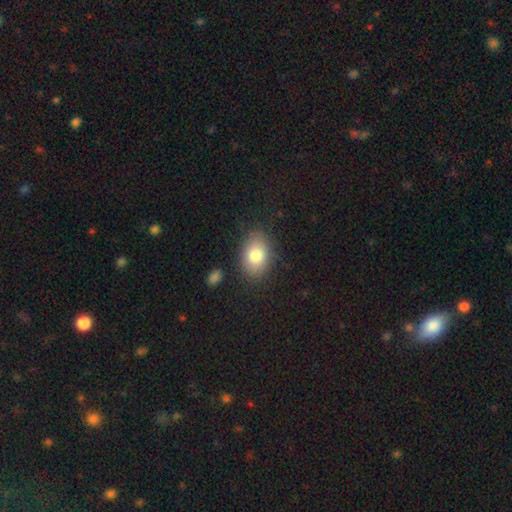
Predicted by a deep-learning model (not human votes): Smooth or featured: smooth — 80% (star or artifact — 11%)
How rounded: in between — 76% (round — 23%)
Merging: none — 87% (minor disturbance — 9%)